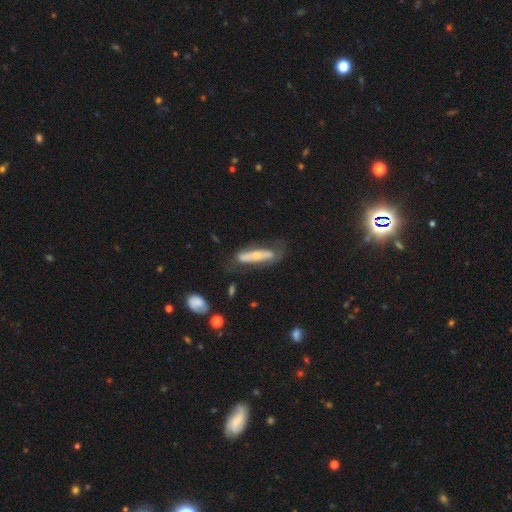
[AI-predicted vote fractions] This appears to be a featured or disk galaxy (57%) viewed edge-on (51%). Merging: none (56%).